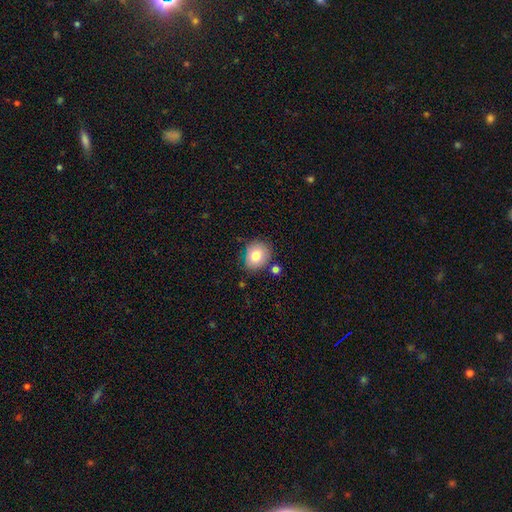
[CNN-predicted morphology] Q: Smooth or featured?
A: smooth (78%); runner-up: featured or disk (13%)
Q: How rounded?
A: round (65%); runner-up: in between (34%)
Q: Merging?
A: none (74%); runner-up: minor disturbance (16%)